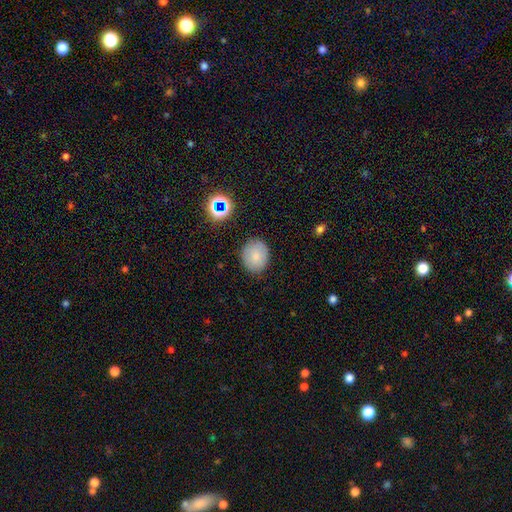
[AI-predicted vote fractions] Overall: smooth (81%). How rounded: round (65%; in between 34%). Merging: none (84%).